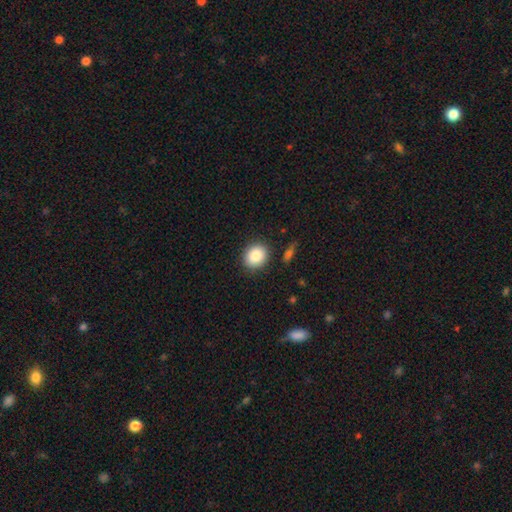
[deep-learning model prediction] Smooth or featured?
  - smooth: 87% *
  - star or artifact: 8%
  - featured or disk: 5%
How rounded?
  - round: 62% *
  - in between: 37%
  - cigar-shaped: 1%
Merging?
  - none: 87% *
  - minor disturbance: 9%
  - major disturbance: 3%
  - merger: 2%